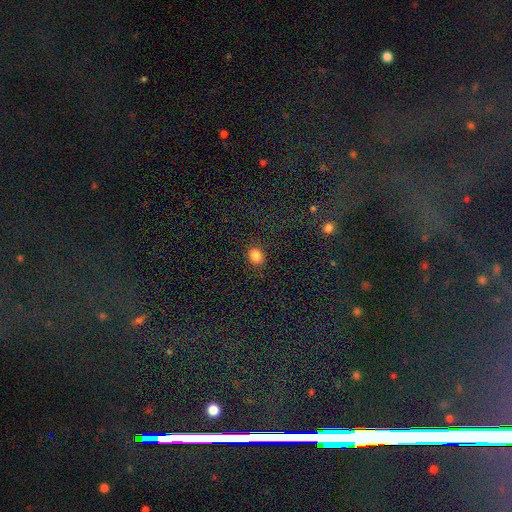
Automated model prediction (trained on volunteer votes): Overall: smooth (84%). How rounded: round (55%; in between 44%). Merging: none (87%).